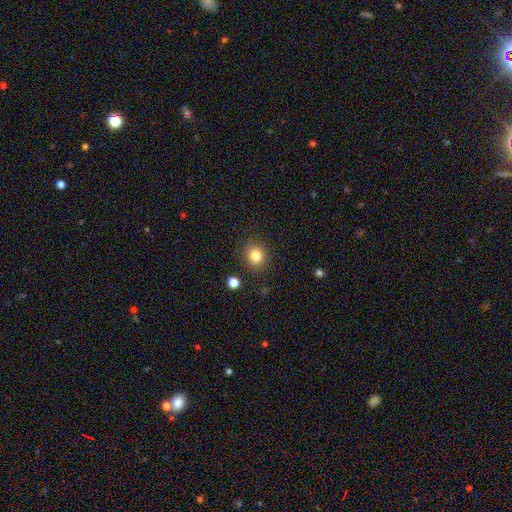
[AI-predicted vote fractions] A smooth galaxy with no disk features (83%) that is round (85%).

Vote fractions:
- Smooth or featured? smooth: 83% / star or artifact: 11% / featured or disk: 5%
- How rounded? round: 85% / in between: 14% / cigar-shaped: 1%
- Merging? none: 88% / minor disturbance: 7% / major disturbance: 3% / merger: 2%